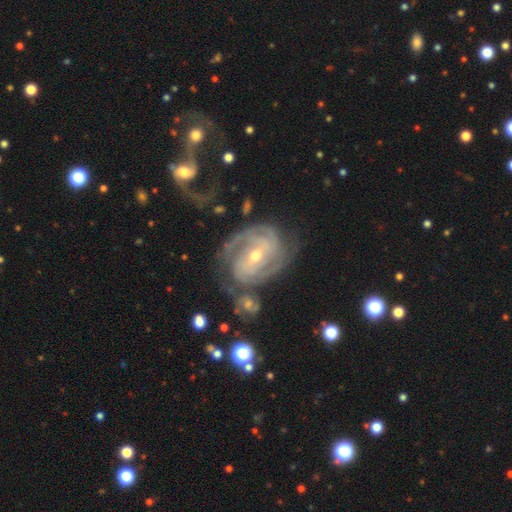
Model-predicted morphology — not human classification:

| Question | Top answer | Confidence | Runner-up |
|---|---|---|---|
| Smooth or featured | featured or disk | 90% | star or artifact (5%) |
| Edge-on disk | no | 97% | yes (3%) |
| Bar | weak | 40% | strong (32%) |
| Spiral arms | yes | 97% | no (3%) |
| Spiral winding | tight | 57% | medium (34%) |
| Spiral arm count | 2 | 48% | 3 (21%) |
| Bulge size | small | 53% | moderate (43%) |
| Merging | none | 61% | minor disturbance (17%) |